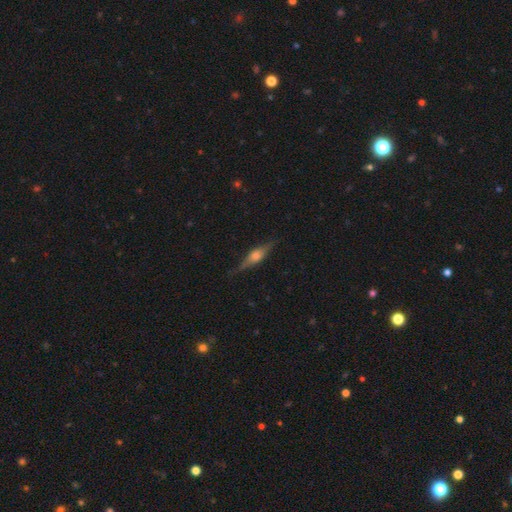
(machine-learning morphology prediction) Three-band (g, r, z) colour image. It shows a featured or disk galaxy (65%) viewed edge-on (96%) with a rounded central bulge (84%). Merging: none (83%).